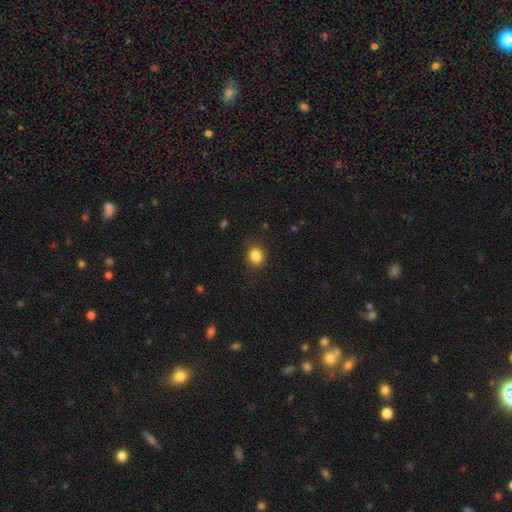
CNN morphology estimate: A smooth galaxy with no disk features (85%) that is round (80%).

Vote fractions:
- Smooth or featured? smooth: 85% / star or artifact: 11% / featured or disk: 4%
- How rounded? round: 80% / in between: 19% / cigar-shaped: 1%
- Merging? none: 87% / minor disturbance: 9% / major disturbance: 3% / merger: 1%